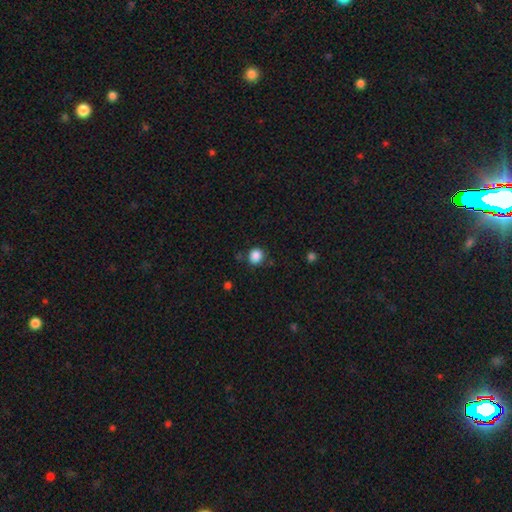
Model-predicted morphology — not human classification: This is clearly a smooth galaxy (86%). How rounded: clearly round (82%). Merging: clearly none (81%).